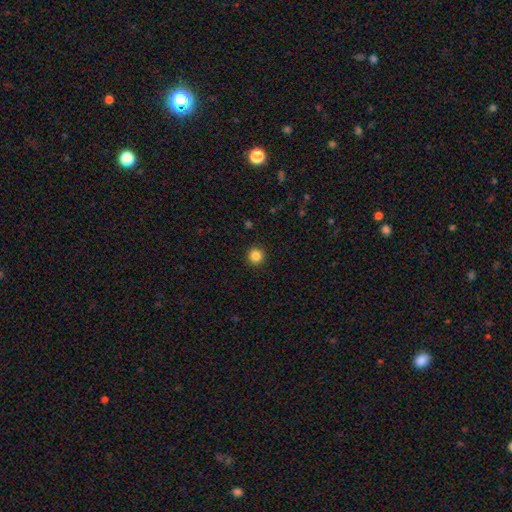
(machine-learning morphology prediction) type=smooth (85%); roundness=round (95%); merging=none (93%).